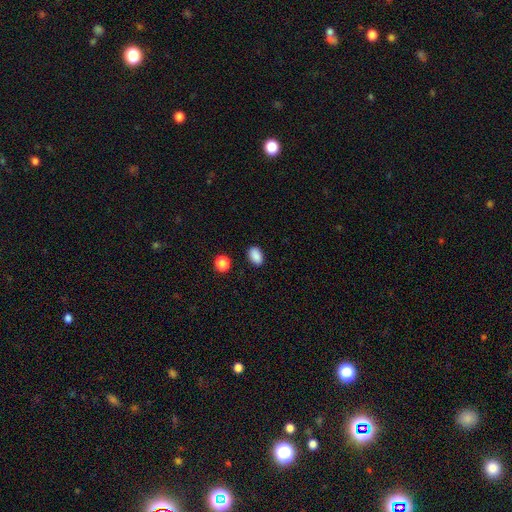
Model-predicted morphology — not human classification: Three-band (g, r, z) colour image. It shows a smooth galaxy with no disk features (88%) that is in between round and cigar-shaped (87%). Merging: none (86%).